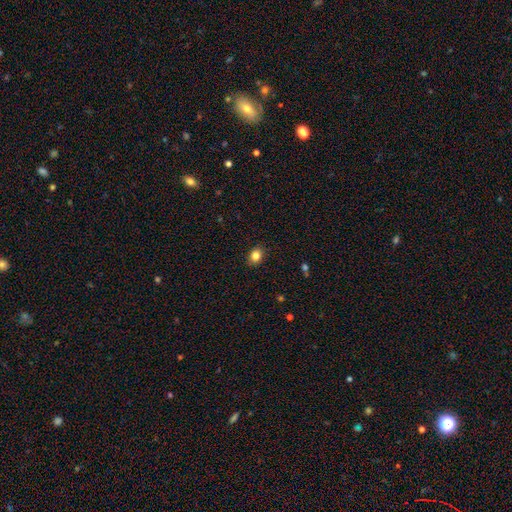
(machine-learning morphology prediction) A smooth galaxy with no disk features (84%) that is round (50%).

Vote fractions:
- Smooth or featured? smooth: 84% / star or artifact: 11% / featured or disk: 5%
- How rounded? round: 50% / in between: 49% / cigar-shaped: 1%
- Merging? none: 89% / minor disturbance: 8% / major disturbance: 2% / merger: 1%